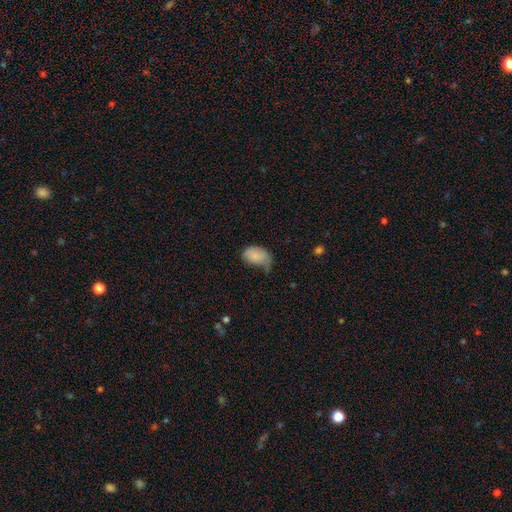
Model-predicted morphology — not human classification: Smooth or featured? Predicted: smooth (p=0.83). How rounded? Predicted: in between (p=0.89). Merging? Predicted: minor disturbance (p=0.43).